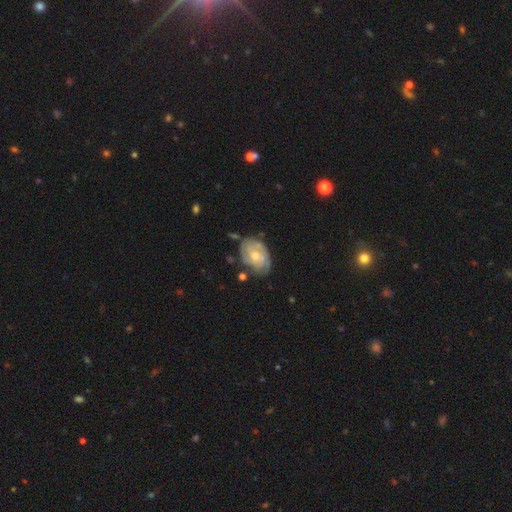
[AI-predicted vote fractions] This appears to be a featured or disk galaxy (74%) with no bar (69%), tight (63%) spiral arms (88%) and a moderate central bulge (48%). Merging: none (63%).